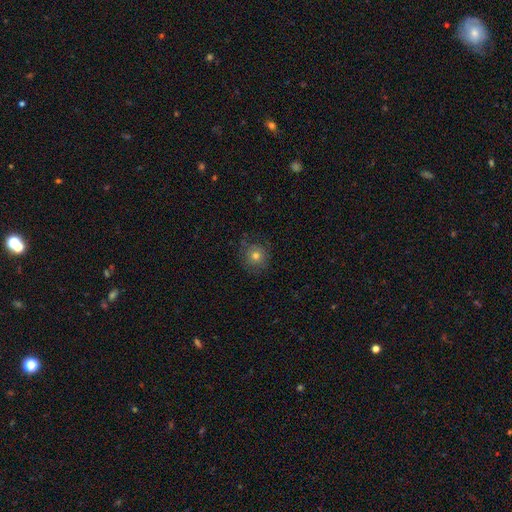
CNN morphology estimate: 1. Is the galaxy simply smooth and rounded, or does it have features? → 72% smooth, 14% featured or disk, 13% star or artifact.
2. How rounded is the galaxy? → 92% round, 7% in between, 1% cigar-shaped.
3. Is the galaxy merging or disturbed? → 81% none, 14% minor disturbance, 4% major disturbance, 1% merger.